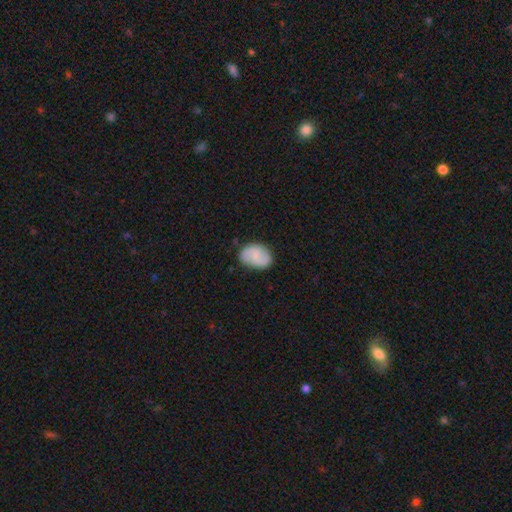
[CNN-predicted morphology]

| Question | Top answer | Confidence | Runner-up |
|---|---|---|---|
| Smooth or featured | smooth | 47% | featured or disk (46%) |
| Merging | none | 77% | minor disturbance (17%) |